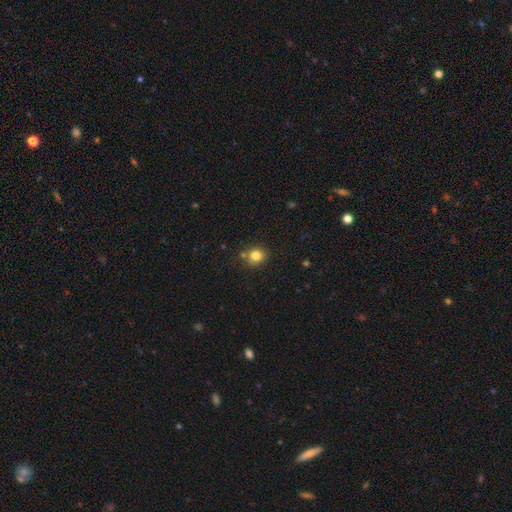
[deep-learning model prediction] Smooth or featured? Predicted: smooth (p=0.81). How rounded? Predicted: round (p=0.80). Merging? Predicted: none (p=0.76).